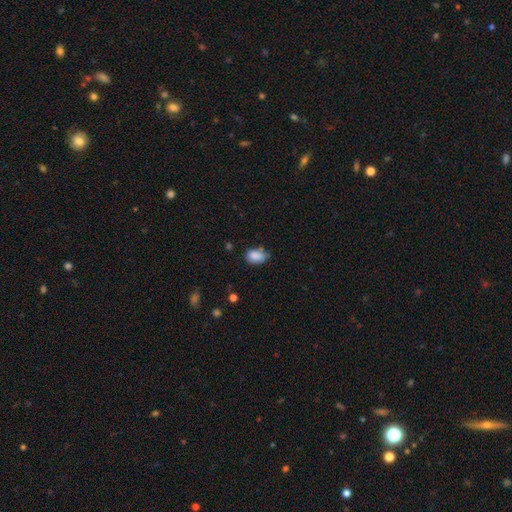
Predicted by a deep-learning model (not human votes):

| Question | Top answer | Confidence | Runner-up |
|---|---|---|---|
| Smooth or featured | smooth | 86% | star or artifact (9%) |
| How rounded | in between | 84% | round (15%) |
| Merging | none | 62% | minor disturbance (28%) |